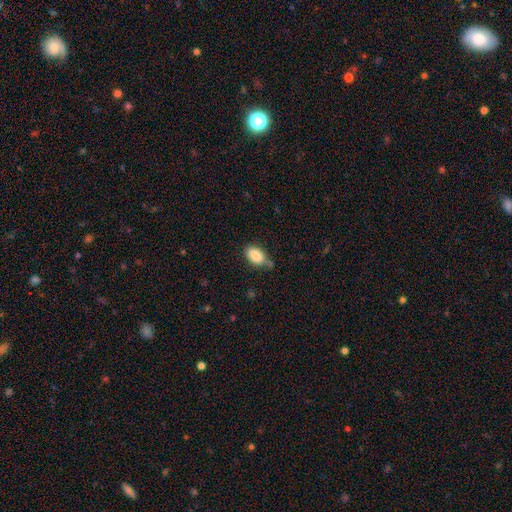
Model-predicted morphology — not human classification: Smooth or featured?
  - smooth: 85% *
  - star or artifact: 8%
  - featured or disk: 7%
How rounded?
  - in between: 90% *
  - round: 8%
  - cigar-shaped: 2%
Merging?
  - none: 57% *
  - minor disturbance: 30%
  - merger: 7%
  - major disturbance: 6%